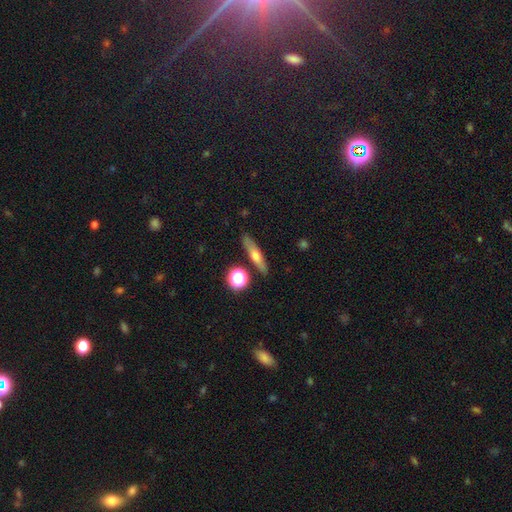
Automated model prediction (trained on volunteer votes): Smooth or featured: smooth — 50% (featured or disk — 41%)
Merging: none — 85% (minor disturbance — 9%)